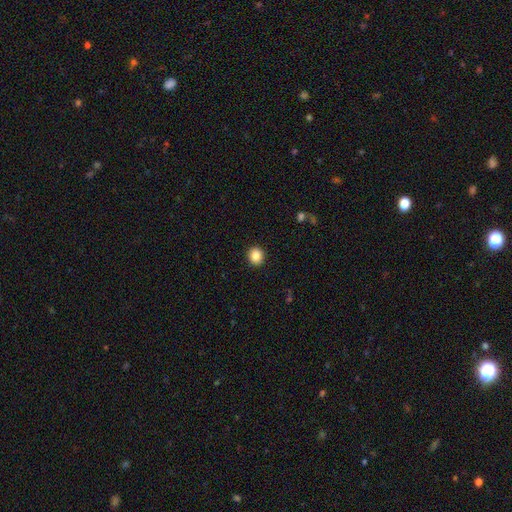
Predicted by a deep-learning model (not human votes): Smooth or featured? Predicted: smooth (p=0.85). How rounded? Predicted: round (p=0.82). Merging? Predicted: none (p=0.92).